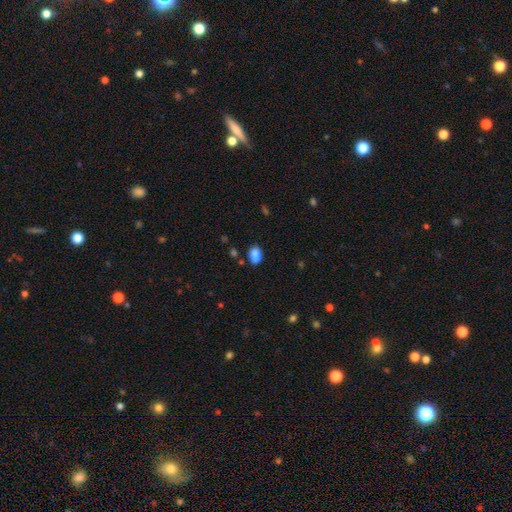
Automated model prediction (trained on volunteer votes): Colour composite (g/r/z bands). It shows a smooth galaxy with no disk features (87%) that is in between round and cigar-shaped (87%). Merging: none (80%).